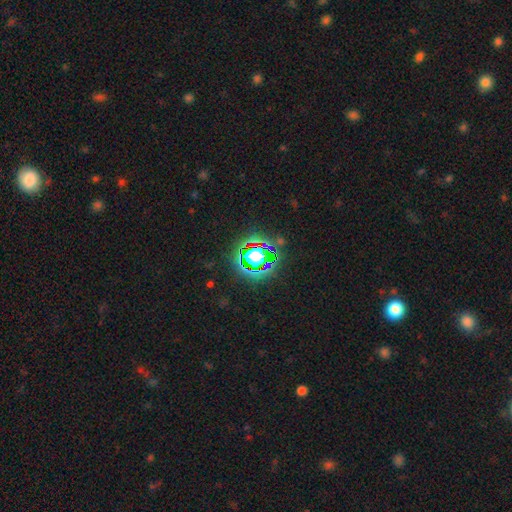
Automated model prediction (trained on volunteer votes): Overall: star or artifact (68%).